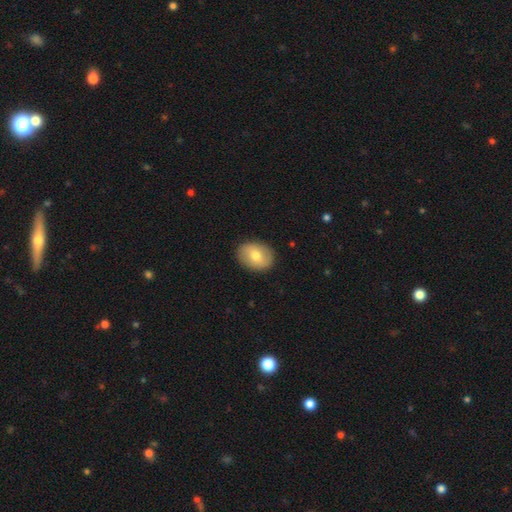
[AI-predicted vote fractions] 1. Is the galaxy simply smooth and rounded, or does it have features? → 68% smooth, 25% featured or disk, 6% star or artifact.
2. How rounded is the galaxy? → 62% in between, 37% round, 1% cigar-shaped.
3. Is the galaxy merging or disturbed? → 89% none, 8% minor disturbance, 2% major disturbance, 1% merger.